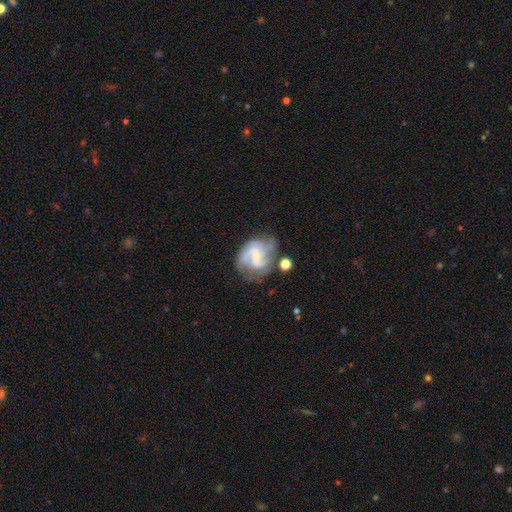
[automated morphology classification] Overall: featured or disk (80%). Edge-on disk: no (98%). Bar: no (46%; weak 45%). Spiral arms: yes (93%). Spiral arm count: 2 (47%; 3 21%). Spiral winding: medium (50%; tight 27%). Bulge size: small (69%). Merging: none (56%; minor disturbance 22%).